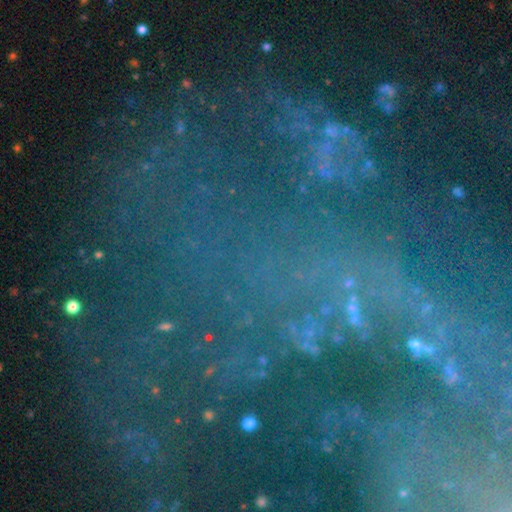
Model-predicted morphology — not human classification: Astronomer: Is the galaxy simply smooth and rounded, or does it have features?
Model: star or artifact — 67%.